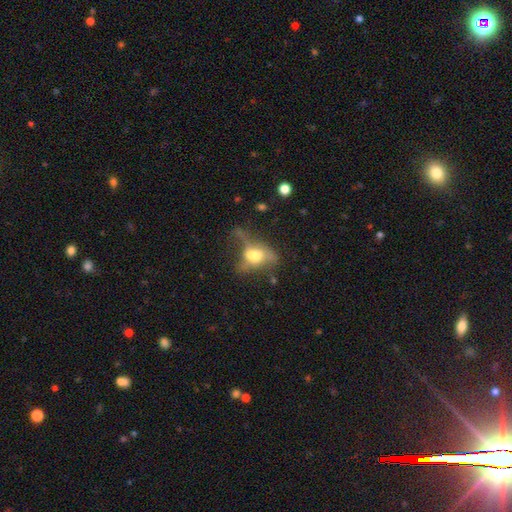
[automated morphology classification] The model was most divided on "smooth or featured": smooth: 50%, featured or disk: 38%, star or artifact: 12%. Remaining: merging — major disturbance (40%).